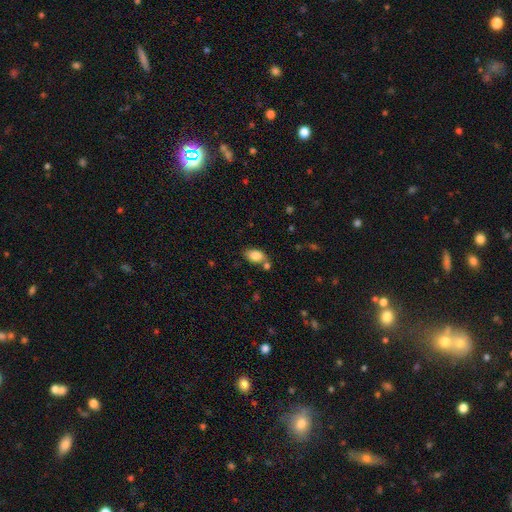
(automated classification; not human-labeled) Smooth or featured?
  - smooth: 85% *
  - star or artifact: 8%
  - featured or disk: 7%
How rounded?
  - in between: 89% *
  - round: 9%
  - cigar-shaped: 2%
Merging?
  - none: 64% *
  - merger: 16%
  - minor disturbance: 15%
  - major disturbance: 4%